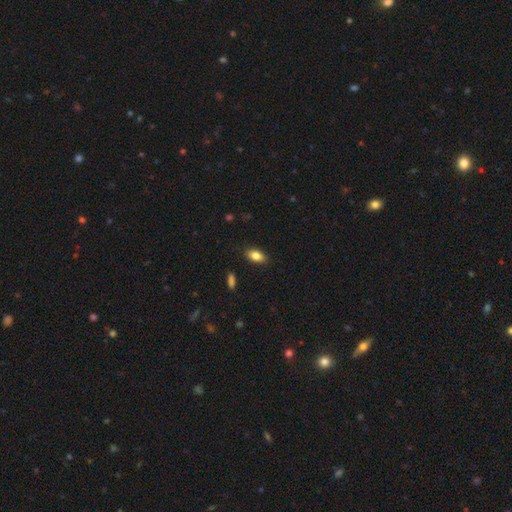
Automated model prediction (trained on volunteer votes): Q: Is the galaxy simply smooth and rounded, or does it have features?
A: smooth — 83%.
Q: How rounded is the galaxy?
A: in between — 89%.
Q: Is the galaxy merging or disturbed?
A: none — 87%.